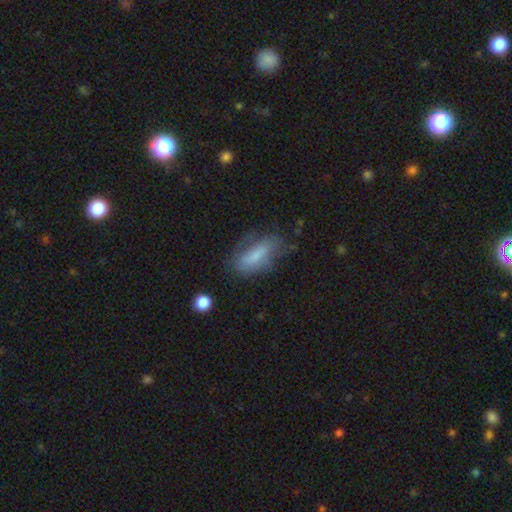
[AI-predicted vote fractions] smooth 66%, featured or disk 25%, star or artifact 8%. Down the decision tree: how rounded — in between (70%); merging — none (55%).